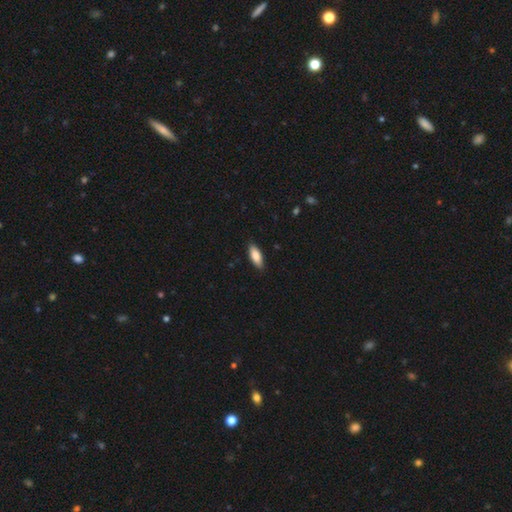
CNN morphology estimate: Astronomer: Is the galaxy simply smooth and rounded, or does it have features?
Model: smooth — 83%.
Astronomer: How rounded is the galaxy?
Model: in between — 76%.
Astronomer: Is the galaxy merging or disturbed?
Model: none — 88%.